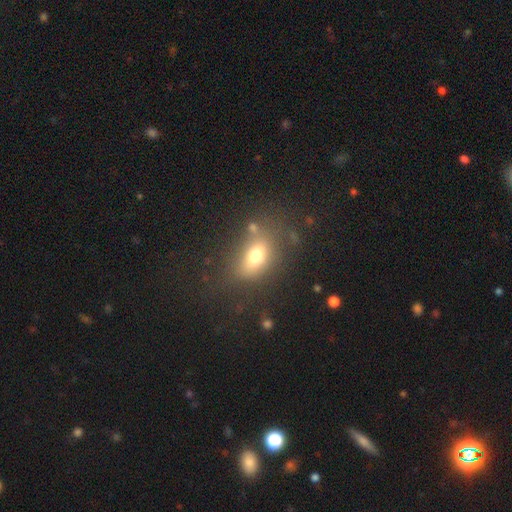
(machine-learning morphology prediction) Smooth or featured: smooth — 68% (featured or disk — 18%)
How rounded: in between — 72% (round — 23%)
Merging: none — 62% (minor disturbance — 19%)